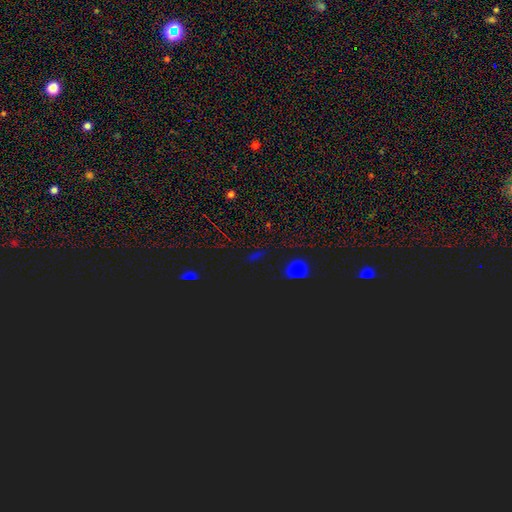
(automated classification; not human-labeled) A star or artifact, not a galaxy (66%).

Vote fractions:
- Smooth or featured? star or artifact: 66% / smooth: 26% / featured or disk: 8%